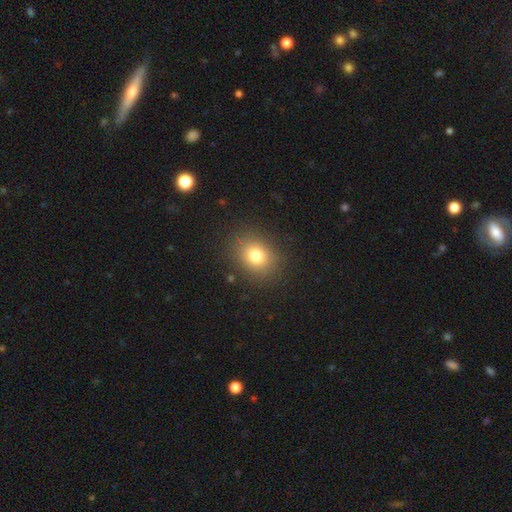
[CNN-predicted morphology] smooth-or-featured: smooth: 78% | star or artifact: 13% | featured or disk: 9%
  how-rounded: round: 62% | in between: 37% | cigar-shaped: 1%
  merging: none: 87% | minor disturbance: 8% | major disturbance: 4% | merger: 1%